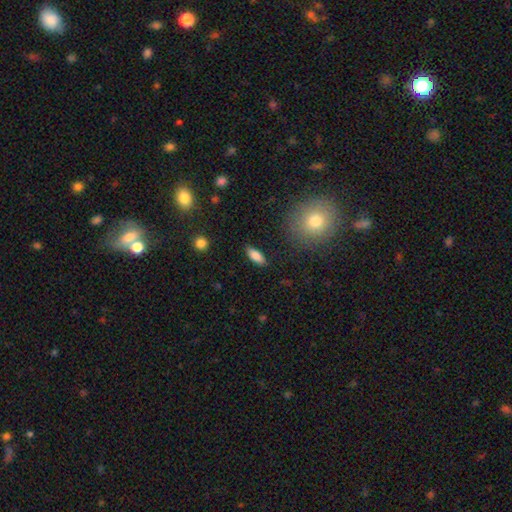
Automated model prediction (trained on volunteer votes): smooth-or-featured: smooth: 83% | featured or disk: 10% | star or artifact: 7%
  how-rounded: in between: 78% | cigar-shaped: 19% | round: 3%
  merging: none: 86% | minor disturbance: 10% | major disturbance: 2% | merger: 1%